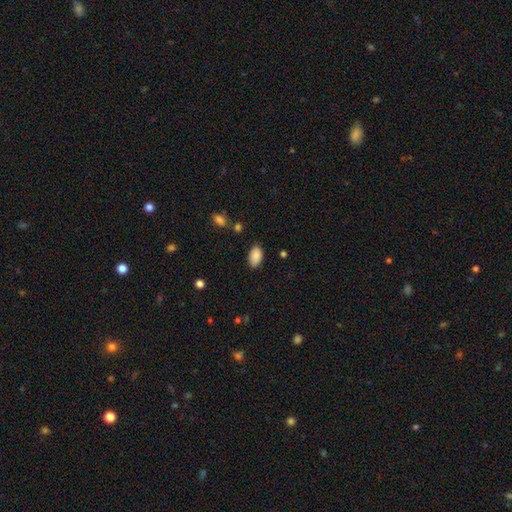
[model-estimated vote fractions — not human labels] The model was most divided on "merging": none: 82%, minor disturbance: 13%, major disturbance: 3%, merger: 2%. More confident: how rounded — in between (94%); smooth or featured — smooth (88%).